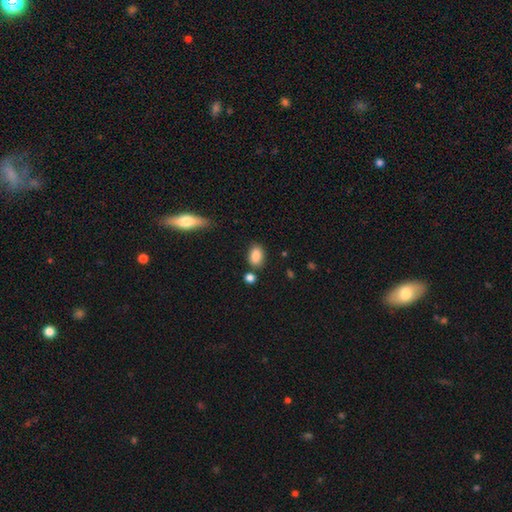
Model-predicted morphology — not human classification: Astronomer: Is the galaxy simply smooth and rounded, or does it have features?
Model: smooth — 86%.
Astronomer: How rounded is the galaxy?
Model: in between — 84%.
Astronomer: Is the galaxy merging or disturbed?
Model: none — 76%.